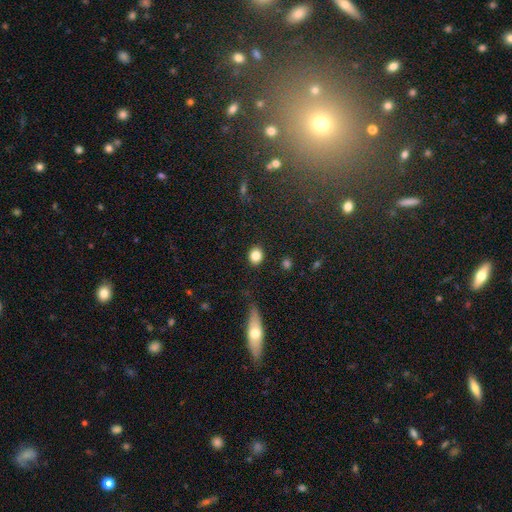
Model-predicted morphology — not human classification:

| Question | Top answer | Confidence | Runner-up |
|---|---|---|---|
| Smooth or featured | smooth | 84% | star or artifact (10%) |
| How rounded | round | 67% | in between (31%) |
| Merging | none | 88% | minor disturbance (8%) |